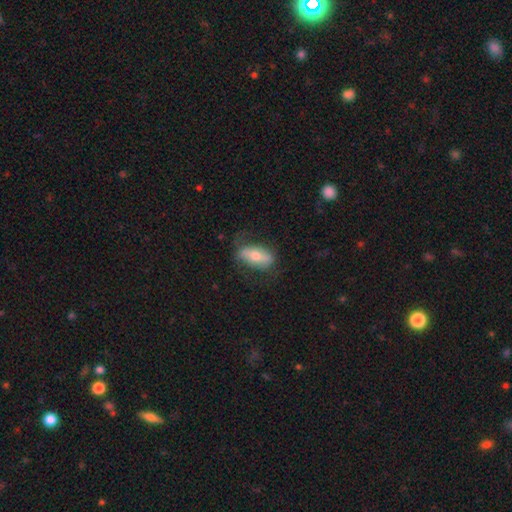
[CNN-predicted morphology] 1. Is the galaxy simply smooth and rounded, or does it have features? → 52% smooth, 42% featured or disk, 7% star or artifact.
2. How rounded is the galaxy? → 80% in between, 15% cigar-shaped, 5% round.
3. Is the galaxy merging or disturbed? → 68% none, 21% minor disturbance, 9% major disturbance, 1% merger.